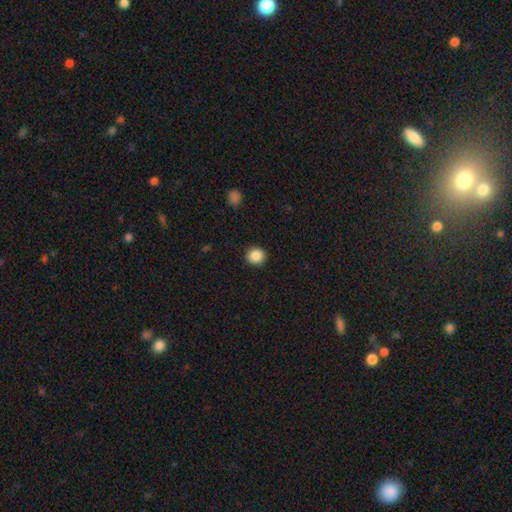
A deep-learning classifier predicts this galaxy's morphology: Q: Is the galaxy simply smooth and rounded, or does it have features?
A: smooth — 87%.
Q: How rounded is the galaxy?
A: round — 89%.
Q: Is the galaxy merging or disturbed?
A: none — 91%.